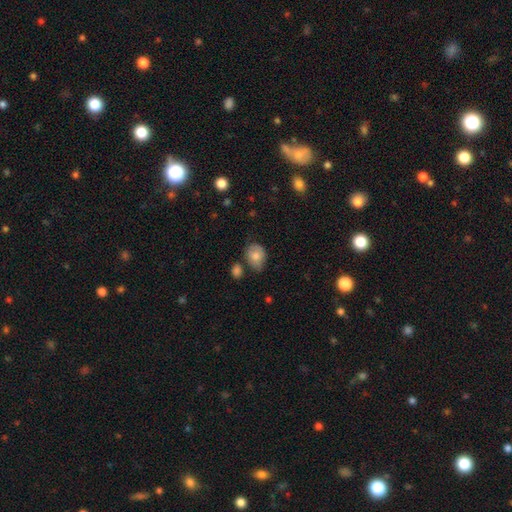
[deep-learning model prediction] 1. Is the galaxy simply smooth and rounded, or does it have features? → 76% smooth, 17% featured or disk, 8% star or artifact.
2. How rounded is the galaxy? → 64% in between, 35% round, 1% cigar-shaped.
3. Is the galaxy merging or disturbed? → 53% none, 32% minor disturbance, 7% major disturbance, 7% merger.